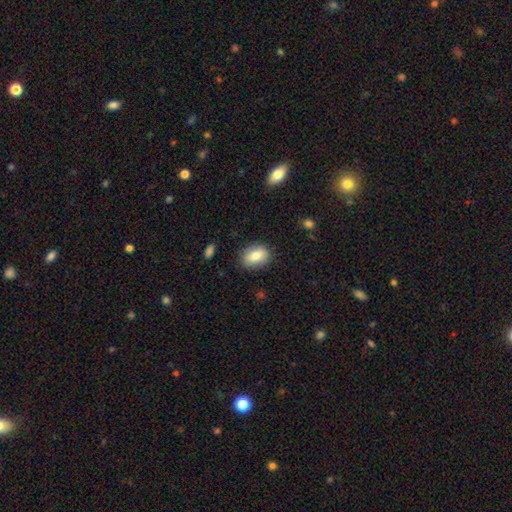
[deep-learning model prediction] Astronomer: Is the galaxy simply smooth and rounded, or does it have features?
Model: smooth — 81%.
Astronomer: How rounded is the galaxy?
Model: in between — 79%.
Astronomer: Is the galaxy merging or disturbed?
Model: none — 84%.